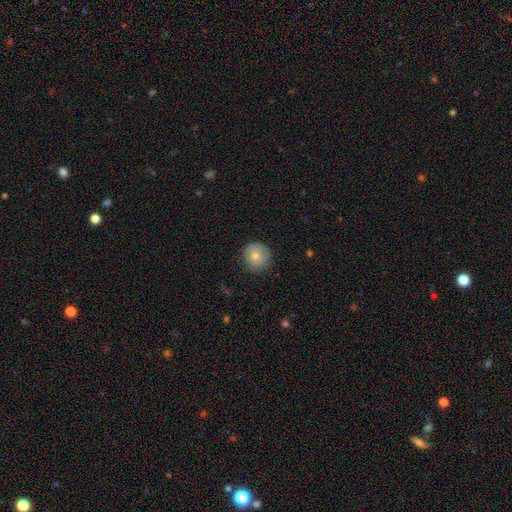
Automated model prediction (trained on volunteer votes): The model was most divided on "smooth or featured": smooth: 75%, featured or disk: 15%, star or artifact: 9%. More confident: how rounded — round (95%); merging — none (83%).